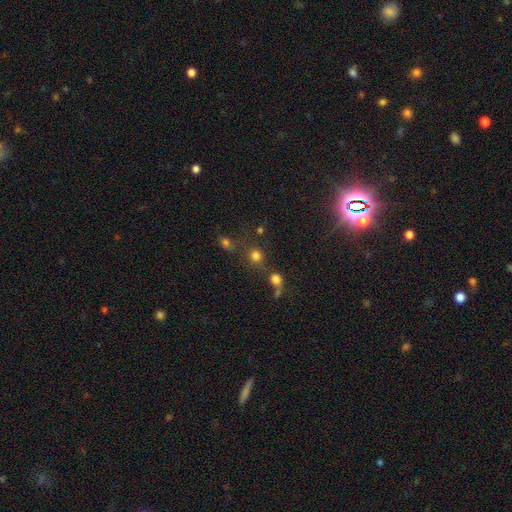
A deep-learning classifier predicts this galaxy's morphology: Smooth or featured? Predicted: smooth (p=0.74). How rounded? Predicted: round (p=0.86). Merging? Predicted: none (p=0.64).